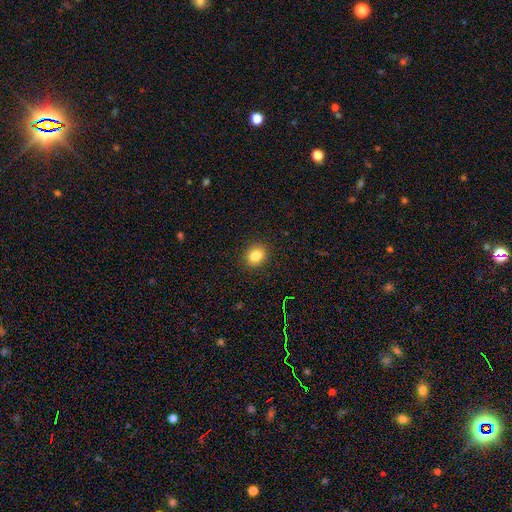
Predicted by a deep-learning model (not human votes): This is clearly a smooth galaxy (84%). How rounded: likely round (70%). Merging: clearly none (91%).